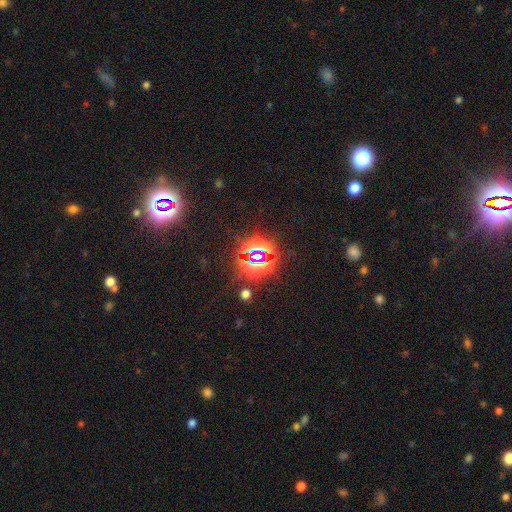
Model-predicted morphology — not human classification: This appears to be a star or artifact, not a galaxy (81%).